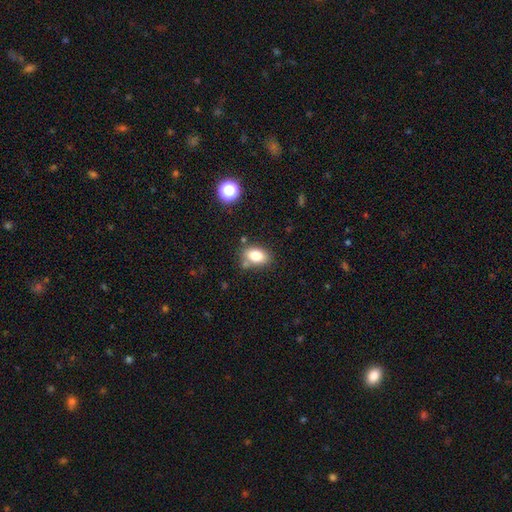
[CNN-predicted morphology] Smooth or featured: smooth — 81% (star or artifact — 10%)
How rounded: in between — 83% (round — 16%)
Merging: none — 72% (minor disturbance — 16%)